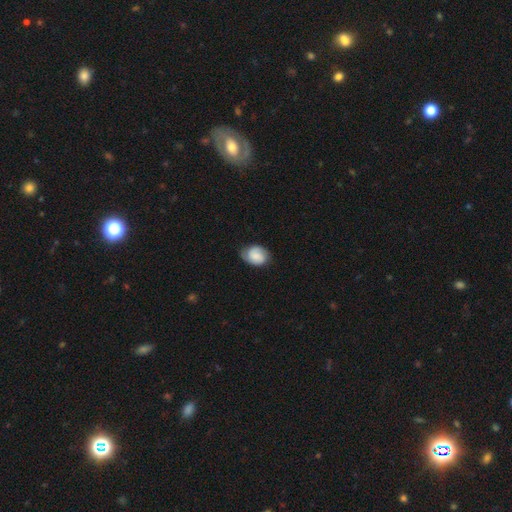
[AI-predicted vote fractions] smooth_or_featured: smooth (p=0.59) [alt: featured or disk p=0.33]
how_rounded: in between (p=0.64) [alt: round p=0.35]
merging: none (p=0.70) [alt: minor disturbance p=0.23]